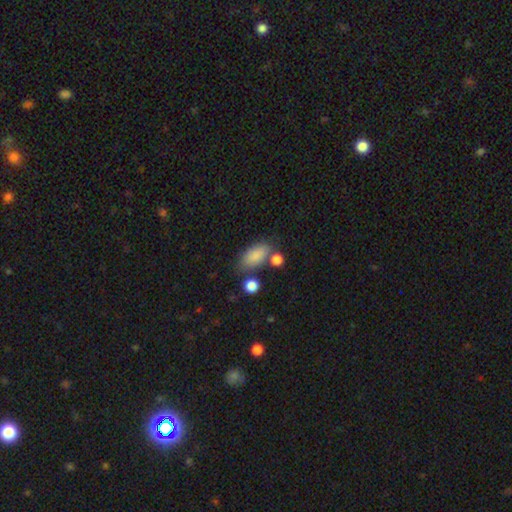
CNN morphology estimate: smooth 83%, featured or disk 8%, star or artifact 8%. Down the decision tree: how rounded — in between (89%); merging — none (62%).